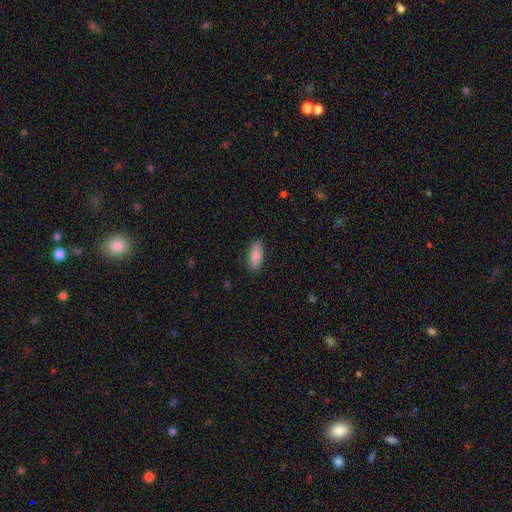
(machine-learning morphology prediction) Smooth or featured? smooth (88%)
How rounded? in between (74%)
Merging? none (88%)